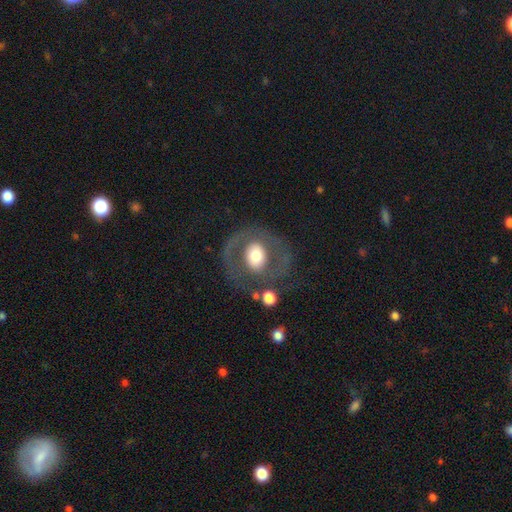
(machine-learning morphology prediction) Smooth or featured: featured or disk — 54% (smooth — 39%)
Edge-on disk: no — 95% (yes — 5%)
Bar: no — 68% (weak — 21%)
Spiral arms: no — 60% (yes — 40%)
Bulge size: moderate — 51% (large — 36%)
Merging: none — 63% (major disturbance — 18%)